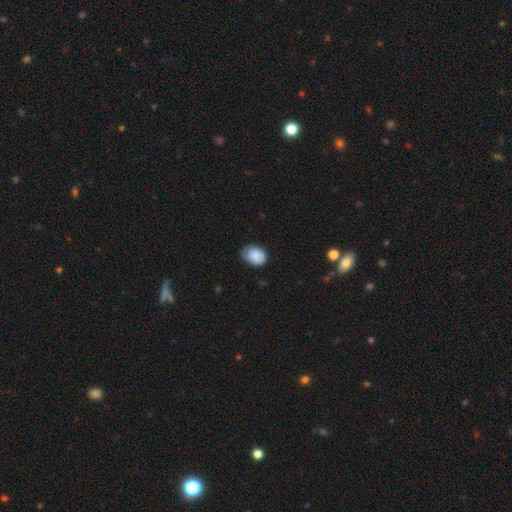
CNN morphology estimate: Smooth or featured? Predicted: smooth (p=0.84). How rounded? Predicted: in between (p=0.63). Merging? Predicted: none (p=0.66).